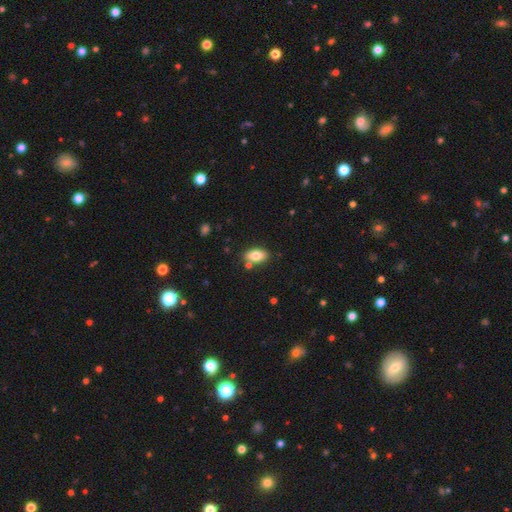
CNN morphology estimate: smooth-or-featured: smooth: 79% | featured or disk: 13% | star or artifact: 8%
  how-rounded: in between: 91% | round: 5% | cigar-shaped: 4%
  merging: none: 79% | minor disturbance: 11% | merger: 7% | major disturbance: 2%